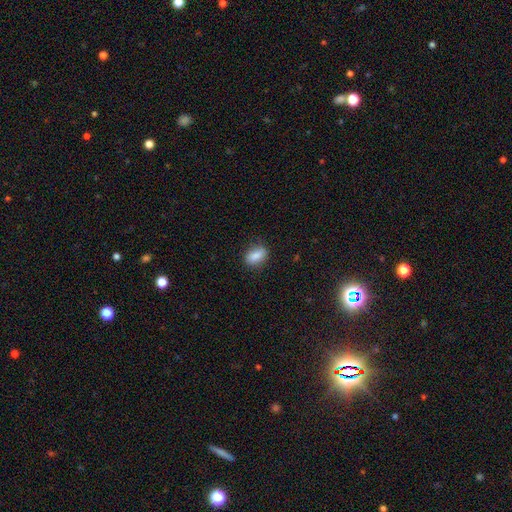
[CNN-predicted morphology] This appears to be a smooth galaxy with no disk features (84%) that is in between round and cigar-shaped (82%). Merging: none (78%).